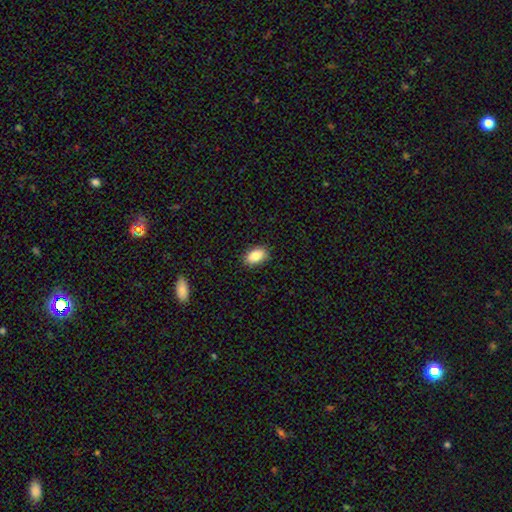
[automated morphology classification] Smooth or featured: smooth — 86% (star or artifact — 7%)
How rounded: in between — 89% (round — 9%)
Merging: none — 87% (minor disturbance — 10%)